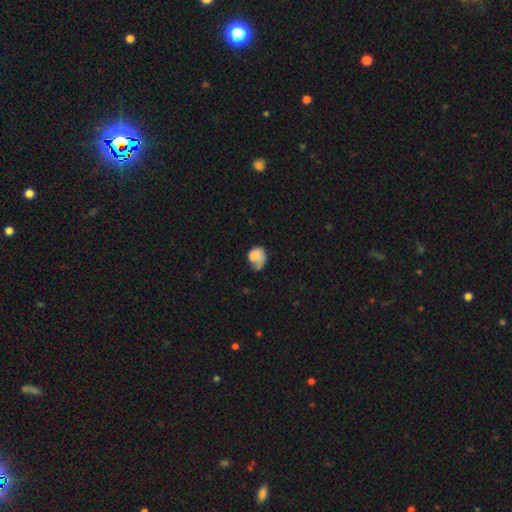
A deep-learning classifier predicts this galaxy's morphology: The model was most divided on "merging": minor disturbance: 35%, none: 31%, major disturbance: 30%, merger: 4%. More confident: smooth or featured — smooth (72%); how rounded — in between (53%).